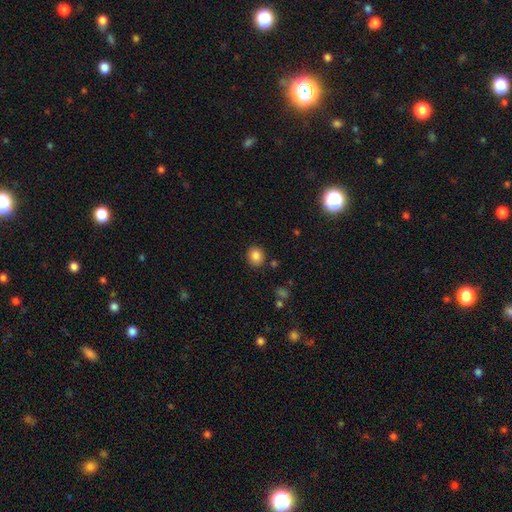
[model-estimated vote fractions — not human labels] Q: Smooth or featured?
A: smooth (84%); runner-up: star or artifact (10%)
Q: How rounded?
A: round (73%); runner-up: in between (26%)
Q: Merging?
A: none (88%); runner-up: minor disturbance (8%)